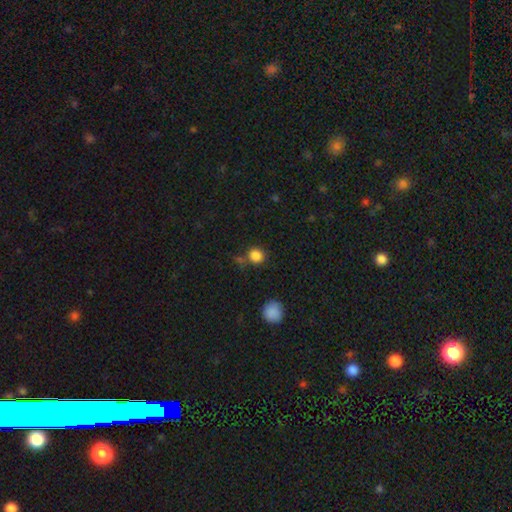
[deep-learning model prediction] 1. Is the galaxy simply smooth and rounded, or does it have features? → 85% smooth, 12% star or artifact, 4% featured or disk.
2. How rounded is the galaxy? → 89% round, 10% in between, 1% cigar-shaped.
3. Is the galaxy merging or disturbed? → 74% none, 11% minor disturbance, 11% merger, 4% major disturbance.